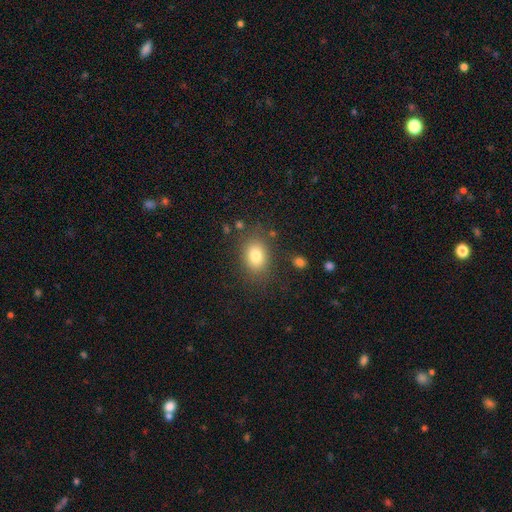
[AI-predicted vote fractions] smooth_or_featured: smooth (p=0.80) [alt: star or artifact p=0.10]
how_rounded: in between (p=0.66) [alt: round p=0.33]
merging: none (p=0.80) [alt: minor disturbance p=0.12]